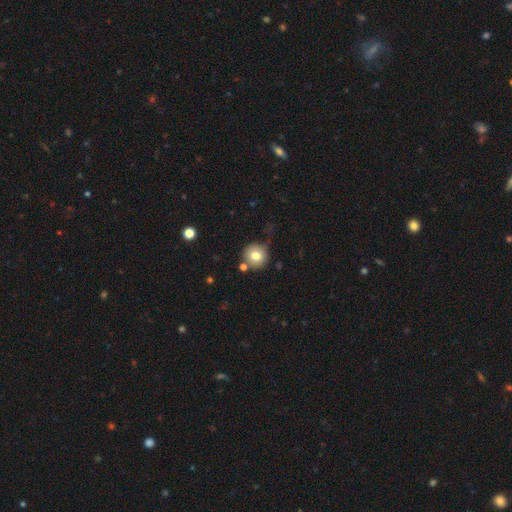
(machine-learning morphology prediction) Overall: smooth (77%). How rounded: round (94%). Merging: none (69%).